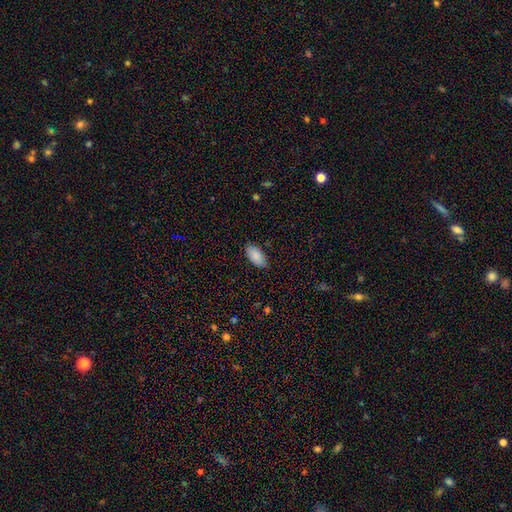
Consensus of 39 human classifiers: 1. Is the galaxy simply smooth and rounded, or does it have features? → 90% smooth, 5% featured or disk, 5% star or artifact.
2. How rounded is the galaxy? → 89% in between, 6% round, 6% cigar-shaped.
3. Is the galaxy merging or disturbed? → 86% none, 11% minor disturbance, 3% major disturbance, 0% merger.